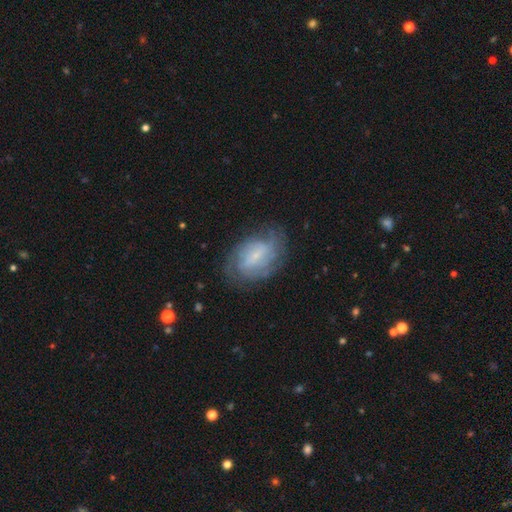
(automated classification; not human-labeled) Q: Smooth or featured?
A: featured or disk (73%); runner-up: smooth (20%)
Q: Edge-on disk?
A: no (96%); runner-up: yes (4%)
Q: Bar?
A: weak (50%); runner-up: no (34%)
Q: Spiral arms?
A: yes (89%); runner-up: no (11%)
Q: Spiral winding?
A: tight (54%); runner-up: medium (35%)
Q: Spiral arm count?
A: can't tell (44%); runner-up: 2 (28%)
Q: Bulge size?
A: small (72%); runner-up: moderate (13%)
Q: Merging?
A: none (72%); runner-up: minor disturbance (18%)